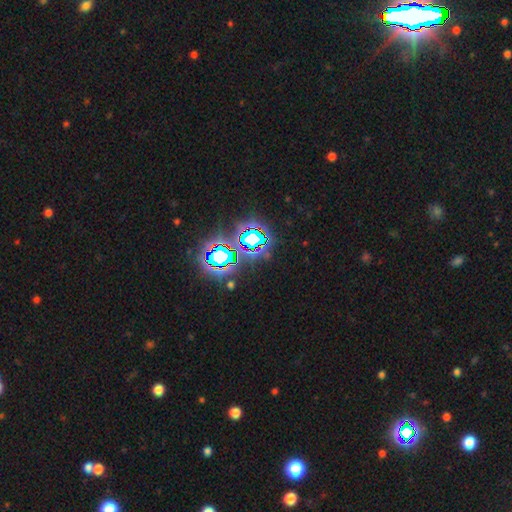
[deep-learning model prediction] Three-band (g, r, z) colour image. It shows a star or artifact, not a galaxy (80%).